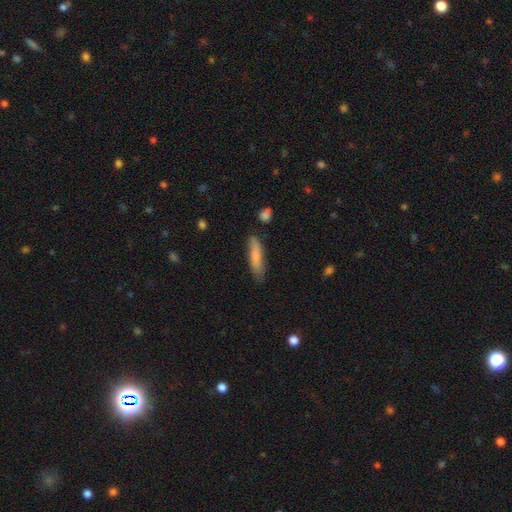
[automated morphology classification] A smooth galaxy with no disk features (75%) that is cigar-shaped (75%). Merging: none (76%).